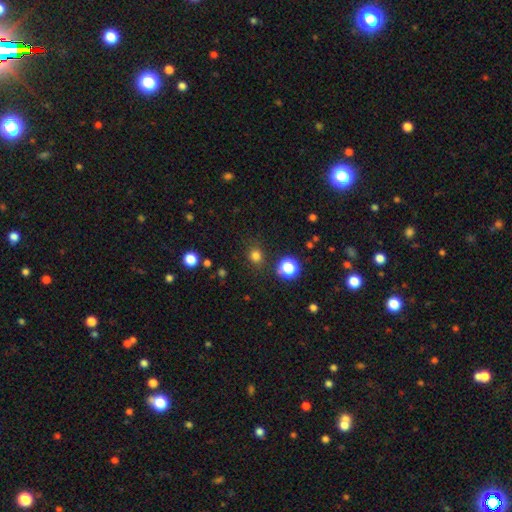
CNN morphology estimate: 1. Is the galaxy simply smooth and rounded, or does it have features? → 78% smooth, 18% star or artifact, 4% featured or disk.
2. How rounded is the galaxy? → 87% round, 12% in between, 1% cigar-shaped.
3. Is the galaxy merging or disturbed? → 86% none, 8% minor disturbance, 3% major disturbance, 2% merger.